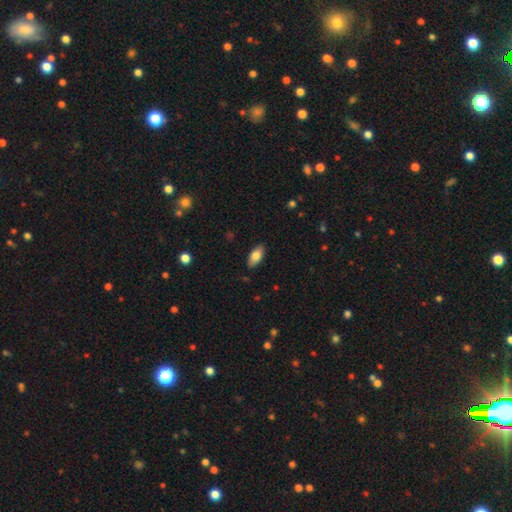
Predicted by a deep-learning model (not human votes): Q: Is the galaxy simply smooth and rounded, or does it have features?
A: smooth — 78%.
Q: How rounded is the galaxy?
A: in between — 88%.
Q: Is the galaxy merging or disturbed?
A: none — 87%.